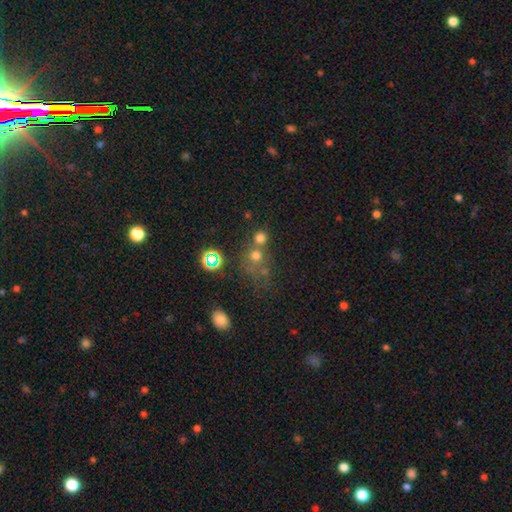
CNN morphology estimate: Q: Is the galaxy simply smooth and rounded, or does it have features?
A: smooth — 63%.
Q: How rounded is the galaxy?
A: round — 86%.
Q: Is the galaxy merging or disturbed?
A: none — 51%.